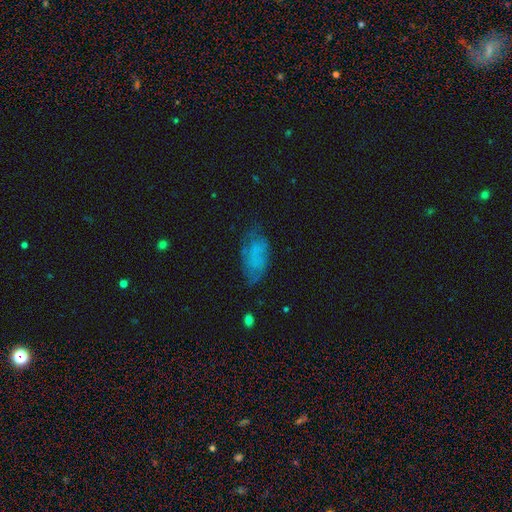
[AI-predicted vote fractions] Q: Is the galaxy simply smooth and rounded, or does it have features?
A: smooth — 59%.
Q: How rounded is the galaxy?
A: in between — 89%.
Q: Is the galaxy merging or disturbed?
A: none — 58%.